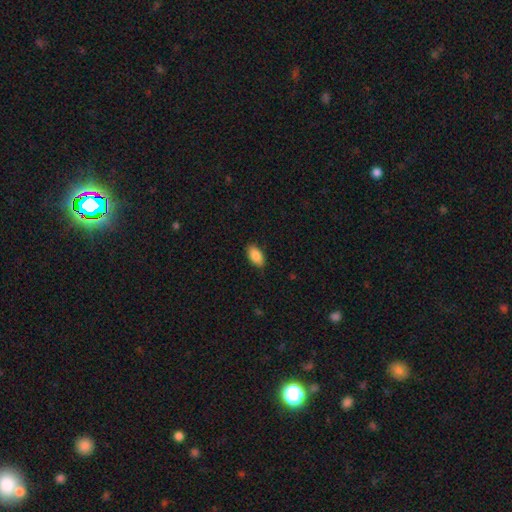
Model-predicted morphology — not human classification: Smooth or featured? Predicted: smooth (p=0.87). How rounded? Predicted: in between (p=0.93). Merging? Predicted: none (p=0.87).